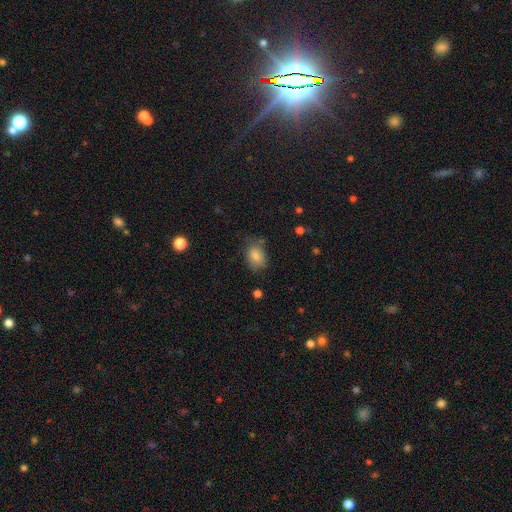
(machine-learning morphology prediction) A smooth galaxy with no disk features (81%) that is in between round and cigar-shaped (72%).

Vote fractions:
- Smooth or featured? smooth: 81% / featured or disk: 10% / star or artifact: 9%
- How rounded? in between: 72% / round: 27% / cigar-shaped: 1%
- Merging? none: 60% / minor disturbance: 27% / major disturbance: 9% / merger: 3%